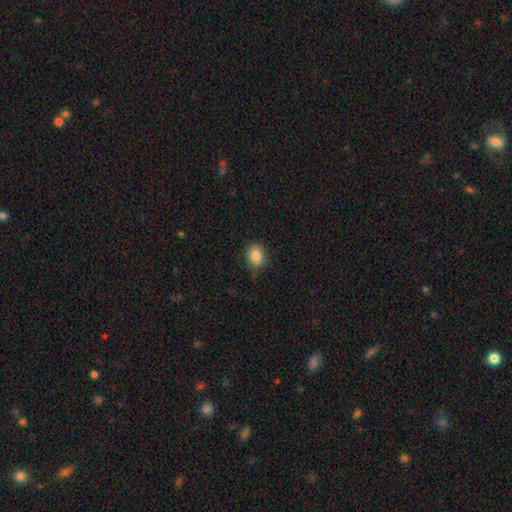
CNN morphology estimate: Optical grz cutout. It shows a smooth galaxy with no disk features (85%) that is in between round and cigar-shaped (54%). Merging: none (80%).